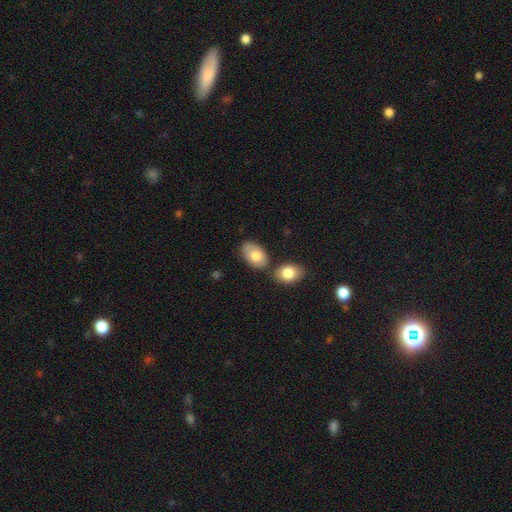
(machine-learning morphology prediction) Smooth or featured? smooth (77%)
How rounded? in between (92%)
Merging? none (63%)